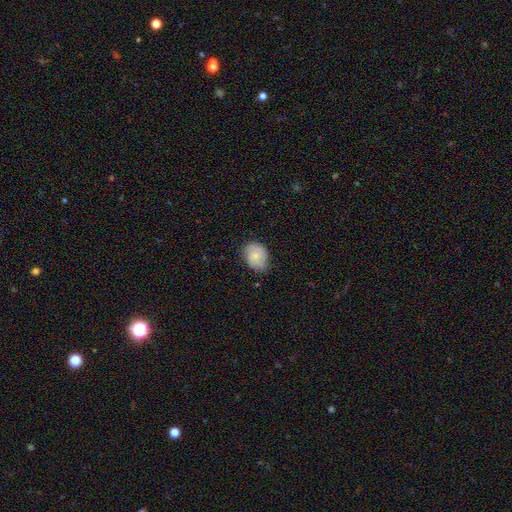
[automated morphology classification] type=smooth (63%); roundness=in between (63%); merging=none (73%).